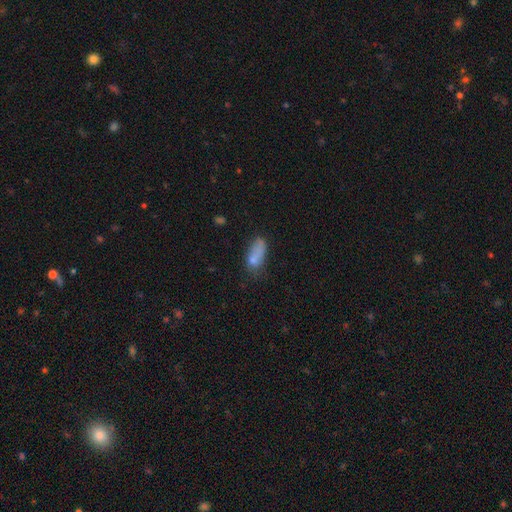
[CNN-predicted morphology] The model was most divided on "merging": none: 35%, minor disturbance: 30%, major disturbance: 23%, merger: 12%. More confident: how rounded — in between (84%); smooth or featured — smooth (73%).